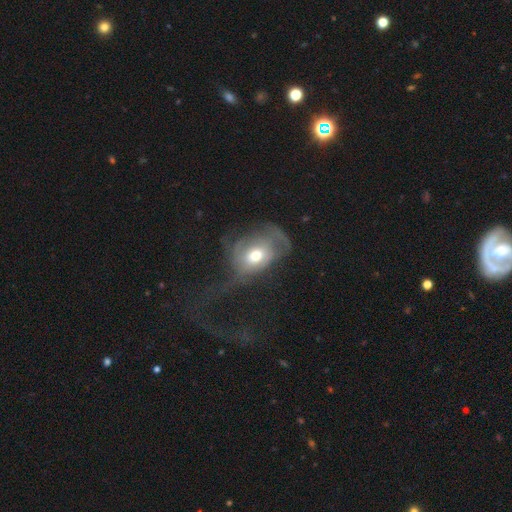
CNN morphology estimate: A smooth galaxy with no disk features (49%).

Vote fractions:
- Smooth or featured? smooth: 49% / featured or disk: 41% / star or artifact: 9%
- Merging? major disturbance: 53% / none: 24% / minor disturbance: 21% / merger: 3%